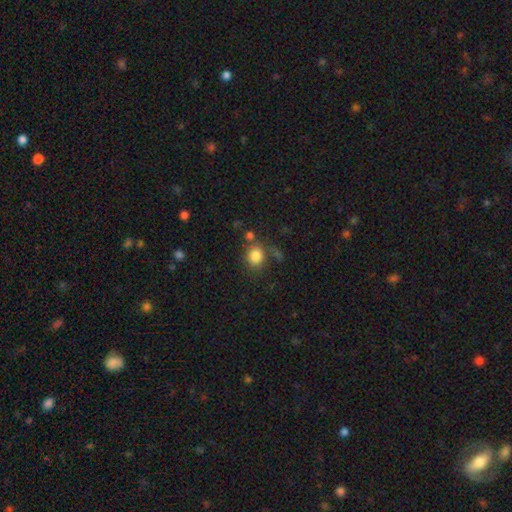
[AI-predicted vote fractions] Overall: smooth (83%). How rounded: round (70%). Merging: none (67%).